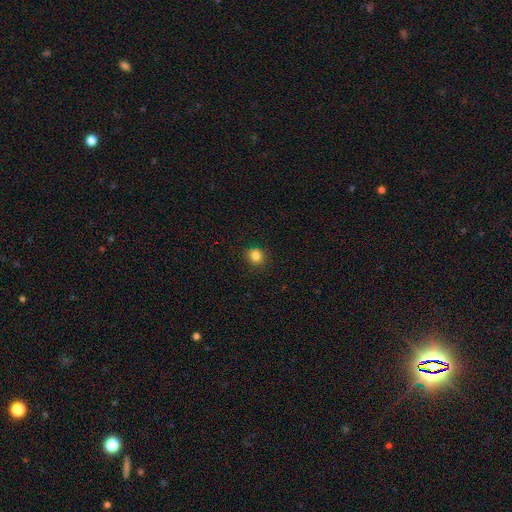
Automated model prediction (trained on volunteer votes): Smooth or featured? Predicted: smooth (p=0.84). How rounded? Predicted: round (p=0.89). Merging? Predicted: none (p=0.90).